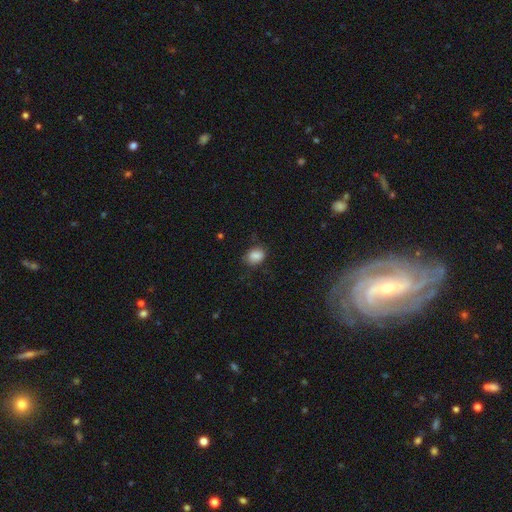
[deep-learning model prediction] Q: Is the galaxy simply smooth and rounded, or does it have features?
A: smooth — 85%.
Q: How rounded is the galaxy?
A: in between — 58%.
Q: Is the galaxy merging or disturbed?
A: none — 71%.